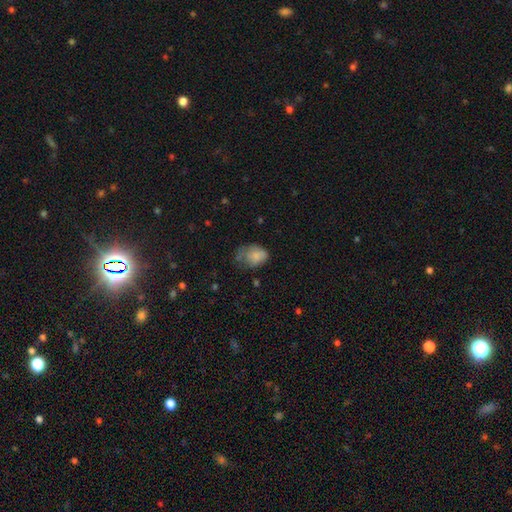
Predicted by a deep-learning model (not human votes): smooth_or_featured: smooth (p=0.77) [alt: featured or disk p=0.14]
how_rounded: in between (p=0.69) [alt: round p=0.30]
merging: minor disturbance (p=0.39) [alt: none p=0.33]